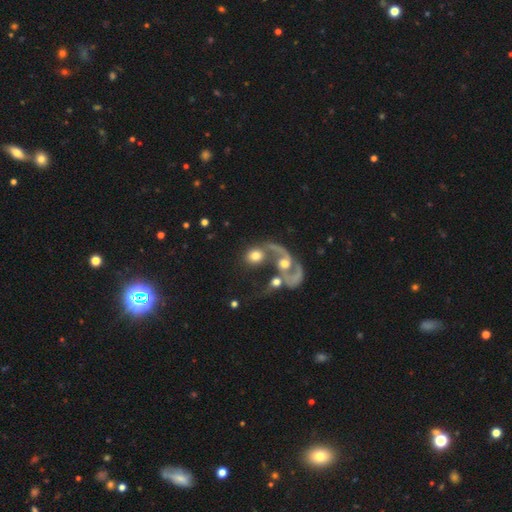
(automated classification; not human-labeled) This appears to be a smooth galaxy with no disk features (53%) that is round (66%). Merging: merger (52%).